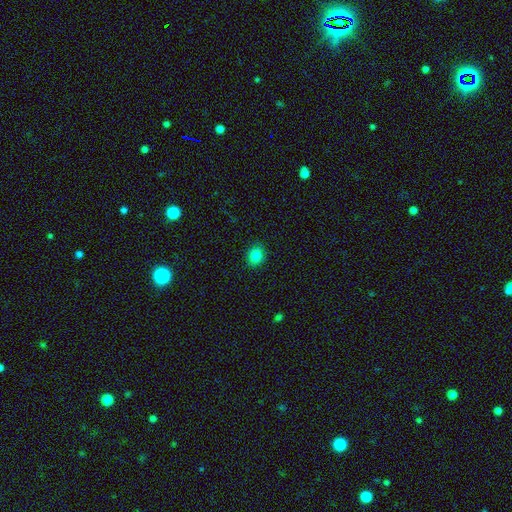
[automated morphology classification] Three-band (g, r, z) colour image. It shows a smooth galaxy with no disk features (83%) that is round (60%). Merging: none (90%).